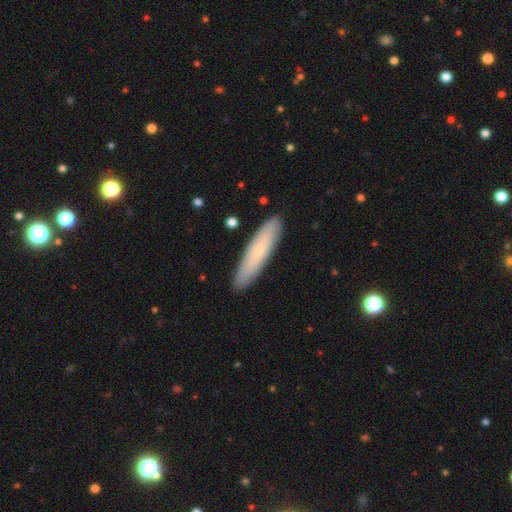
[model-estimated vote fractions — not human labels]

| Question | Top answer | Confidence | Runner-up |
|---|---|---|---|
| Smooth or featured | smooth | 69% | featured or disk (22%) |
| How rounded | cigar-shaped | 84% | in between (15%) |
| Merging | none | 89% | minor disturbance (8%) |